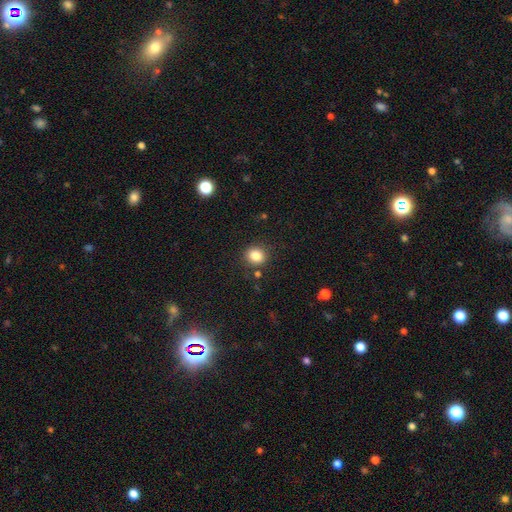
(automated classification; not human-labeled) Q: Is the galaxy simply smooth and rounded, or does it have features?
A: smooth — 84%.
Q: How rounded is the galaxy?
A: round — 83%.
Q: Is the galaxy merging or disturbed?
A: none — 86%.